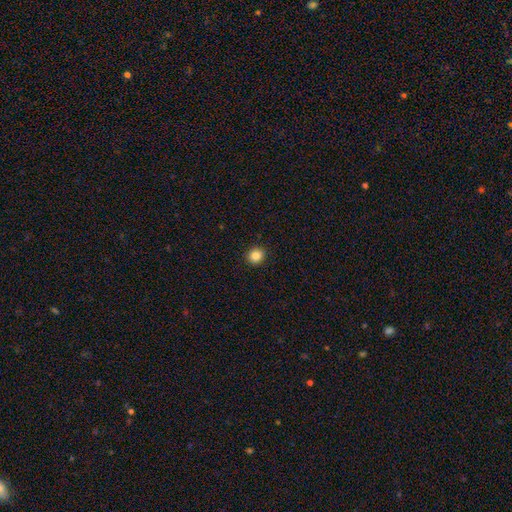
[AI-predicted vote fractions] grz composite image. It shows a smooth galaxy with no disk features (86%) that is round (88%). Merging: none (92%).